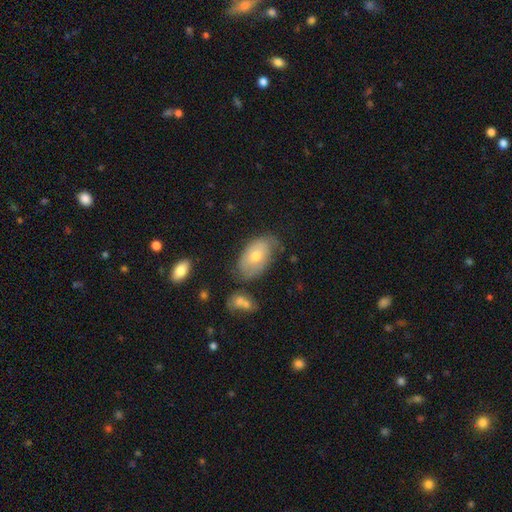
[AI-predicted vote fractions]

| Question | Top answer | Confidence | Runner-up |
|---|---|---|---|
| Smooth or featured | smooth | 59% | featured or disk (33%) |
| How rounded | in between | 91% | round (7%) |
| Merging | none | 58% | minor disturbance (28%) |